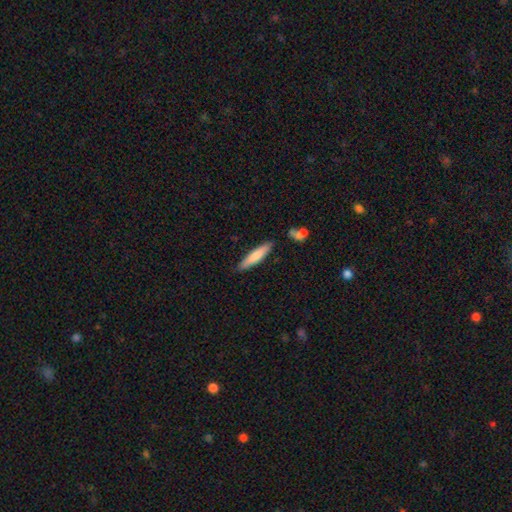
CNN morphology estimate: smooth_or_featured: smooth (p=0.76) [alt: featured or disk p=0.19]
how_rounded: cigar-shaped (p=0.85) [alt: in between p=0.14]
merging: none (p=0.84) [alt: minor disturbance p=0.11]